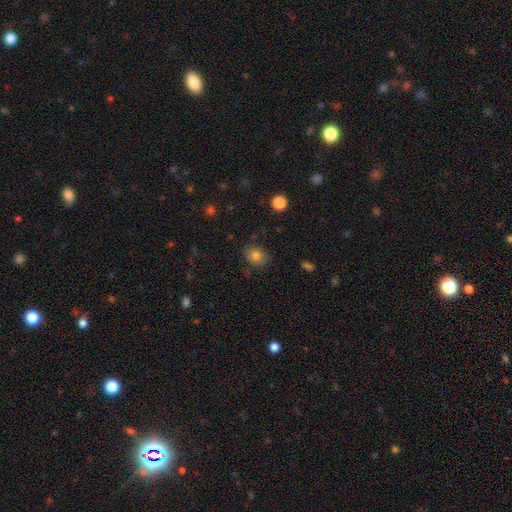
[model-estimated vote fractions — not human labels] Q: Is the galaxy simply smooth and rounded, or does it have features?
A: smooth — 79%.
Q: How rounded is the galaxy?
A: in between — 53%.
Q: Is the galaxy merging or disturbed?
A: none — 81%.